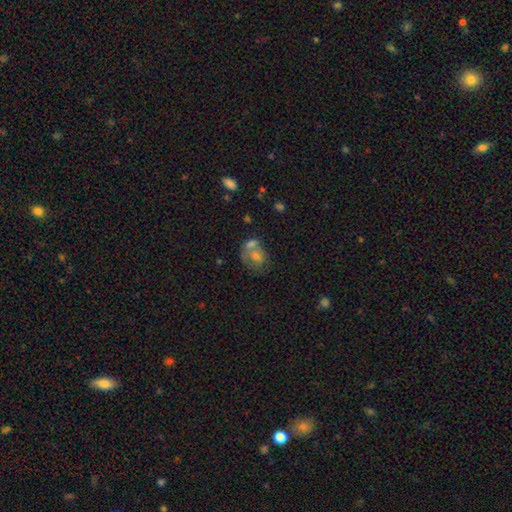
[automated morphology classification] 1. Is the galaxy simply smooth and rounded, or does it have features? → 48% smooth, 39% featured or disk, 14% star or artifact.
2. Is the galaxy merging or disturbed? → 44% merger, 31% none, 15% minor disturbance, 11% major disturbance.